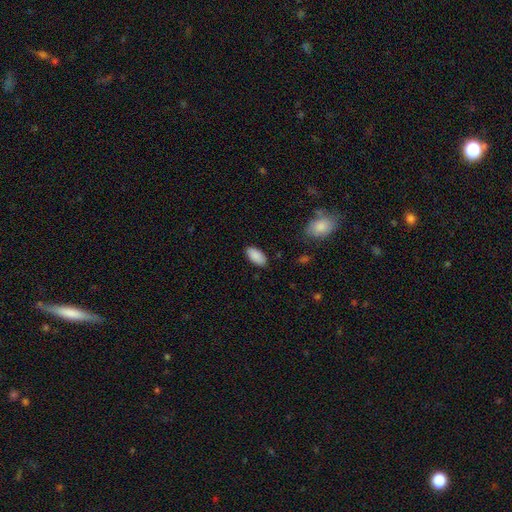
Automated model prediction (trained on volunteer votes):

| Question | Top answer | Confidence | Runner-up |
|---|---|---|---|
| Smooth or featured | smooth | 89% | star or artifact (7%) |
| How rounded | in between | 93% | cigar-shaped (5%) |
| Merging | none | 87% | minor disturbance (10%) |